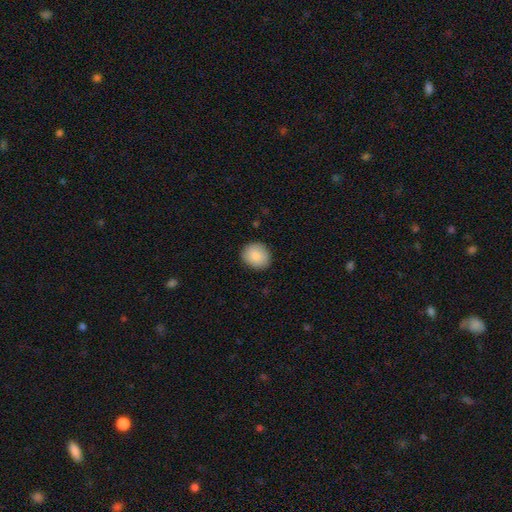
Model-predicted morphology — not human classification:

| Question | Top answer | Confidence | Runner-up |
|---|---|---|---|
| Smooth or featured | smooth | 88% | star or artifact (7%) |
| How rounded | round | 76% | in between (23%) |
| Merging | none | 89% | minor disturbance (8%) |